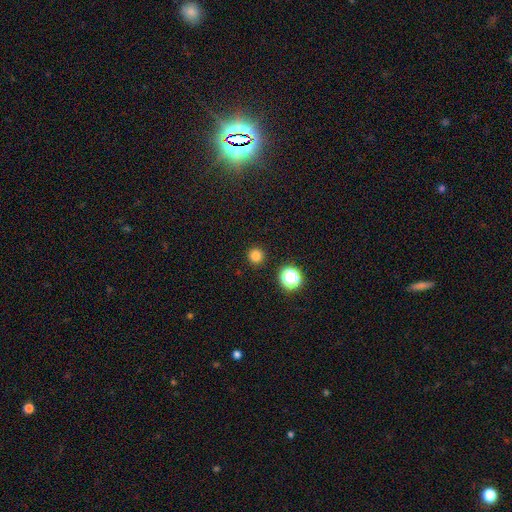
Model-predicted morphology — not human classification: Q: Smooth or featured?
A: smooth (81%); runner-up: star or artifact (16%)
Q: How rounded?
A: round (96%); runner-up: in between (3%)
Q: Merging?
A: none (92%); runner-up: minor disturbance (5%)